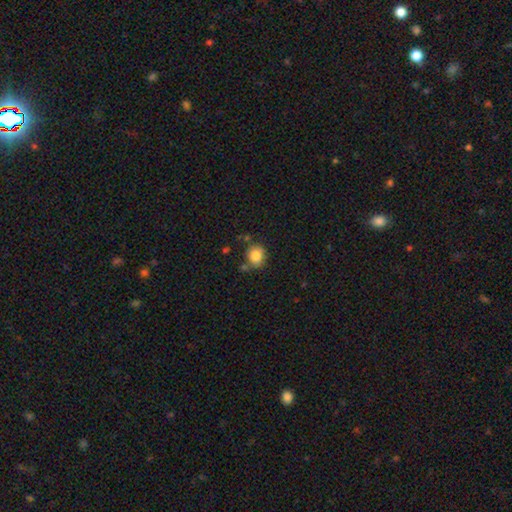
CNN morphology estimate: smooth 82%, star or artifact 10%, featured or disk 7%. Down the decision tree: how rounded — round (77%); merging — none (71%).